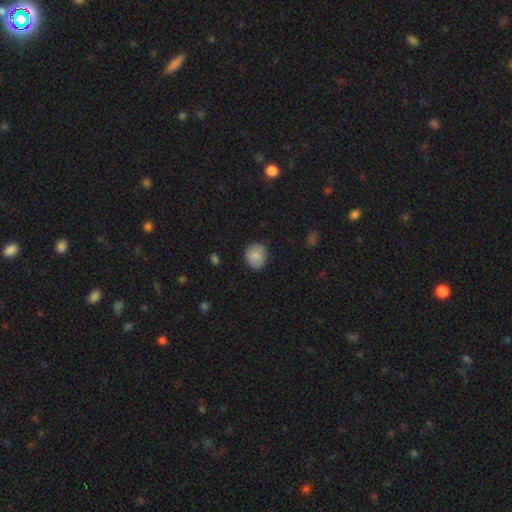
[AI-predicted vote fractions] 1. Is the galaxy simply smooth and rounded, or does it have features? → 83% smooth, 10% featured or disk, 7% star or artifact.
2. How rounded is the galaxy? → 71% round, 28% in between, 1% cigar-shaped.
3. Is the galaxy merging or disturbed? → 78% none, 18% minor disturbance, 3% major disturbance, 1% merger.